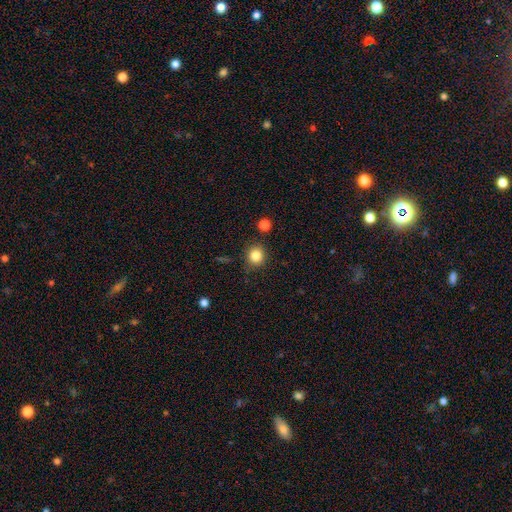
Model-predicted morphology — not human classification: Smooth or featured? smooth (84%)
How rounded? round (87%)
Merging? none (85%)